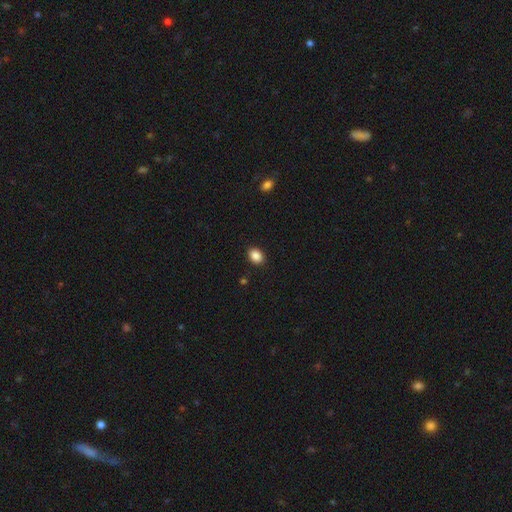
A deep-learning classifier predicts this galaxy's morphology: smooth_or_featured: smooth (p=0.88) [alt: star or artifact p=0.09]
how_rounded: in between (p=0.74) [alt: round p=0.25]
merging: none (p=0.90) [alt: minor disturbance p=0.07]